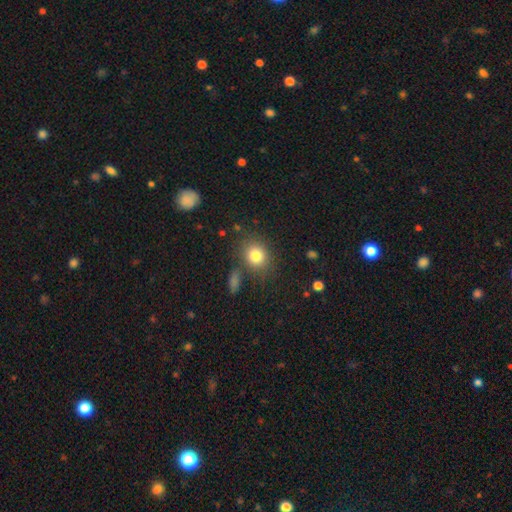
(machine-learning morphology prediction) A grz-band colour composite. It shows a smooth galaxy with no disk features (81%) that is round (68%). Merging: none (77%).